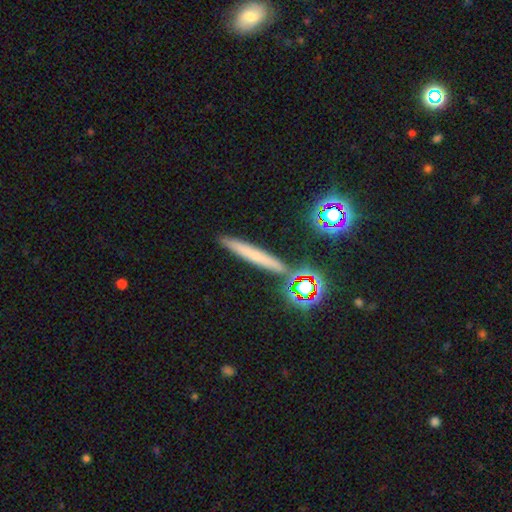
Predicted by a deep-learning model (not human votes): smooth_or_featured: smooth (p=0.53) [alt: featured or disk p=0.26]
how_rounded: cigar-shaped (p=0.89) [alt: round p=0.05]
merging: none (p=0.87) [alt: minor disturbance p=0.07]